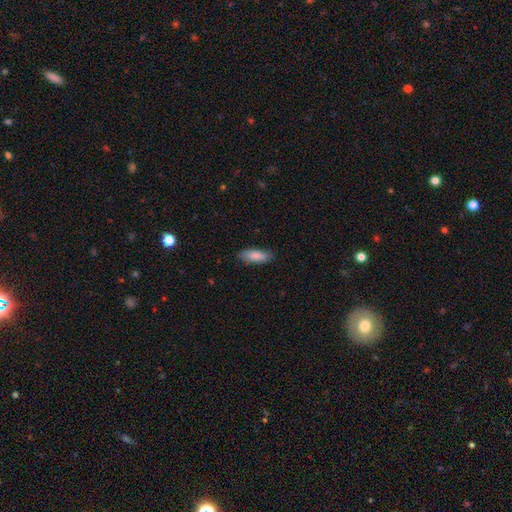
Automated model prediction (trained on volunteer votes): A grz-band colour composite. It shows a smooth galaxy with no disk features (86%) that is in between round and cigar-shaped (67%). Merging: none (85%).